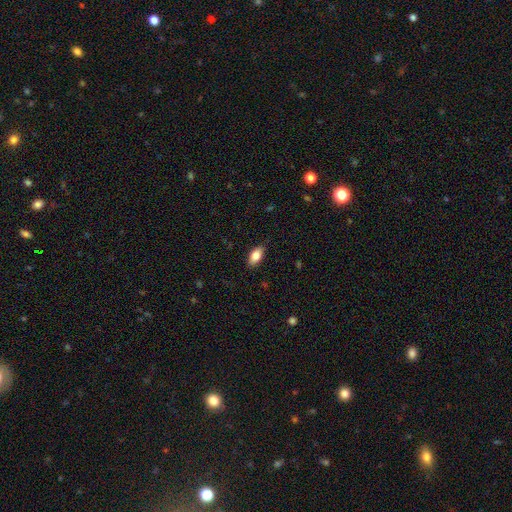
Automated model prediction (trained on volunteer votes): Smooth or featured?
  - smooth: 80% *
  - featured or disk: 13%
  - star or artifact: 7%
How rounded?
  - in between: 89% *
  - cigar-shaped: 7%
  - round: 4%
Merging?
  - none: 86% *
  - minor disturbance: 11%
  - major disturbance: 2%
  - merger: 1%